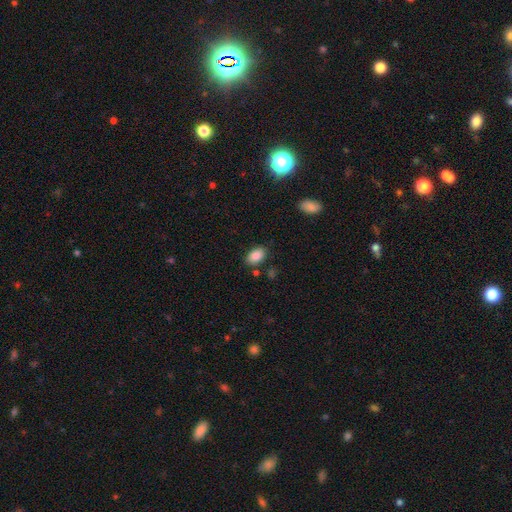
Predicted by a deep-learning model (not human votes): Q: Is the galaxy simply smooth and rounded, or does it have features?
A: smooth — 87%.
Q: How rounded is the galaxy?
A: in between — 89%.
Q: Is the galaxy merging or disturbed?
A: none — 82%.